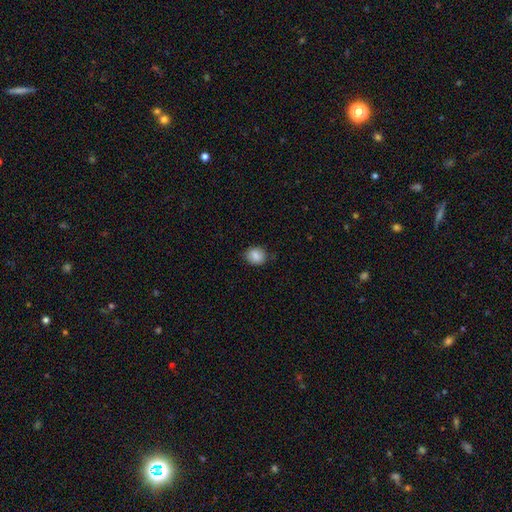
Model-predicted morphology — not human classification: This is clearly a smooth galaxy (86%). How rounded: likely round (64%). Merging: clearly none (80%).